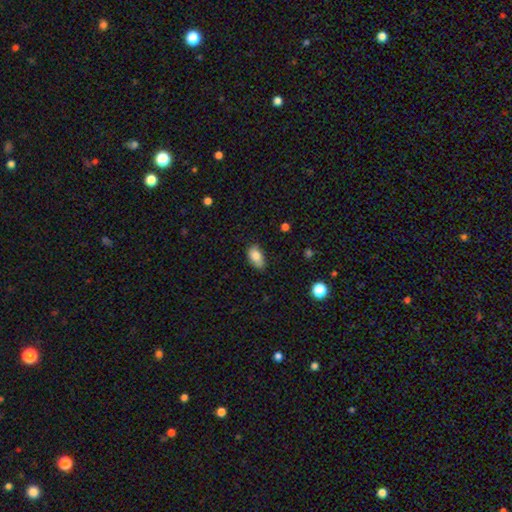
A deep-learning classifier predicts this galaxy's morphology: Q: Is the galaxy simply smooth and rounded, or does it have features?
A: smooth — 83%.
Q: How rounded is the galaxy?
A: in between — 91%.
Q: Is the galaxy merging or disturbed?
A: none — 66%.